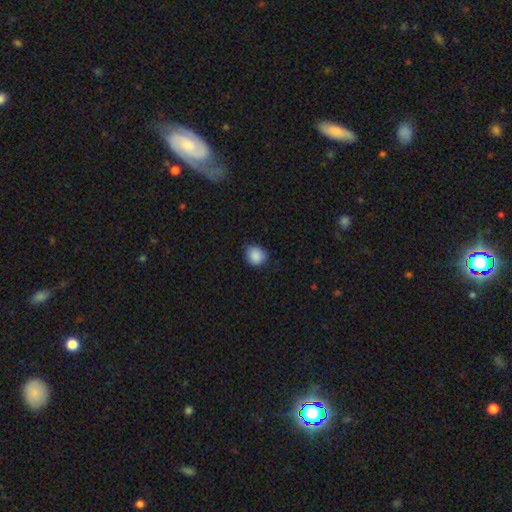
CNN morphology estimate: Smooth or featured?
  - smooth: 88% *
  - star or artifact: 9%
  - featured or disk: 3%
How rounded?
  - round: 73% *
  - in between: 26%
  - cigar-shaped: 1%
Merging?
  - none: 76% *
  - minor disturbance: 20%
  - major disturbance: 3%
  - merger: 1%